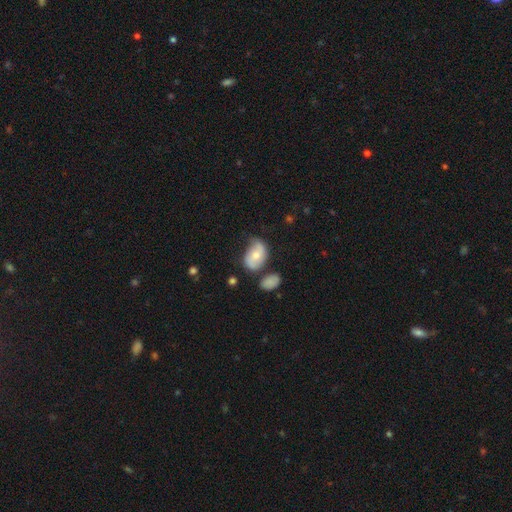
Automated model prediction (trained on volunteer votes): Smooth or featured: smooth — 57% (featured or disk — 36%)
How rounded: in between — 87% (round — 12%)
Merging: none — 48% (minor disturbance — 32%)